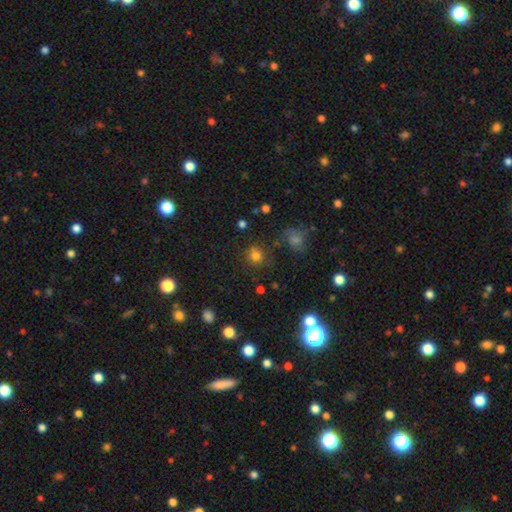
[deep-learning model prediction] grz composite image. It shows a smooth galaxy with no disk features (76%) that is round (85%). Merging: none (76%).